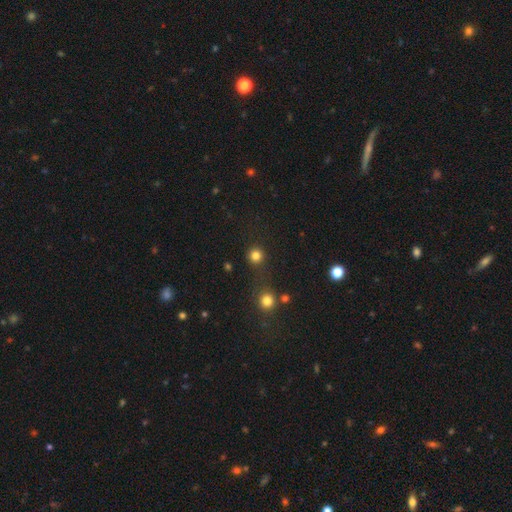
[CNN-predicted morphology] Q: Smooth or featured?
A: smooth (81%); runner-up: star or artifact (15%)
Q: How rounded?
A: round (94%); runner-up: in between (5%)
Q: Merging?
A: none (84%); runner-up: minor disturbance (7%)